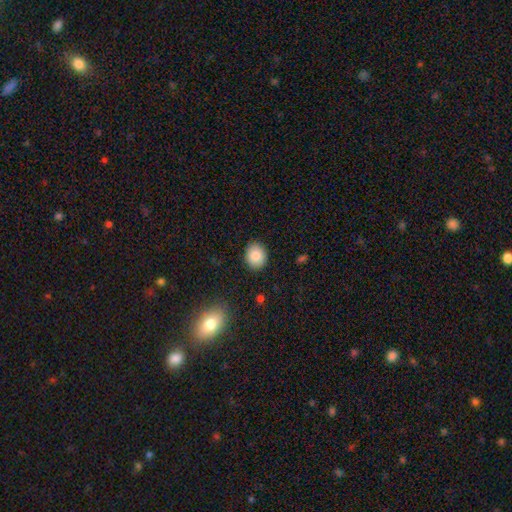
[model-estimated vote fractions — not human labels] smooth-or-featured: smooth: 85% | star or artifact: 9% | featured or disk: 7%
  how-rounded: round: 64% | in between: 36% | cigar-shaped: 1%
  merging: none: 89% | minor disturbance: 8% | major disturbance: 2% | merger: 1%